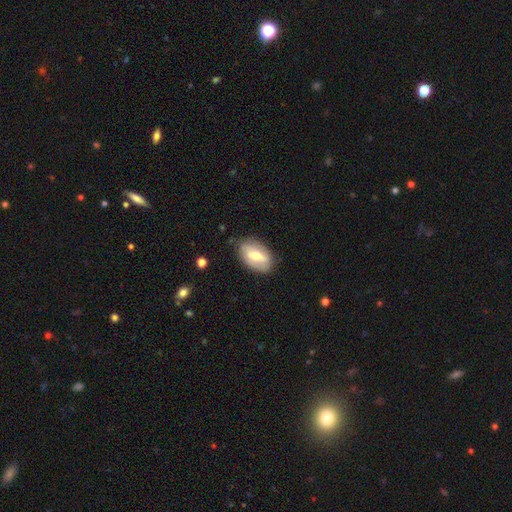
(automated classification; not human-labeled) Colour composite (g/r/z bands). It shows a smooth galaxy with no disk features (49%). Merging: none (76%).